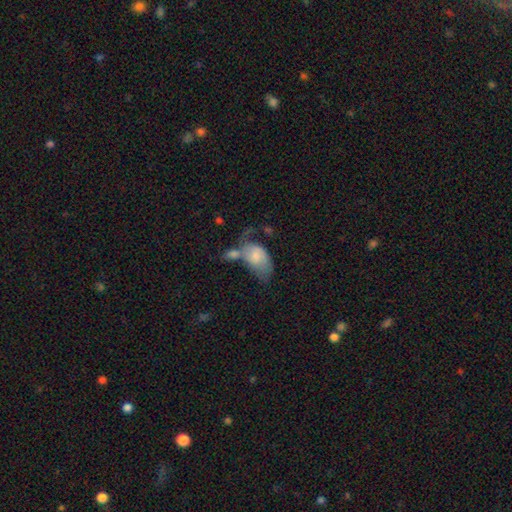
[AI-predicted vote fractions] smooth_or_featured: smooth (p=0.60) [alt: featured or disk p=0.33]
how_rounded: in between (p=0.91) [alt: round p=0.08]
merging: merger (p=0.38) [alt: major disturbance p=0.27]